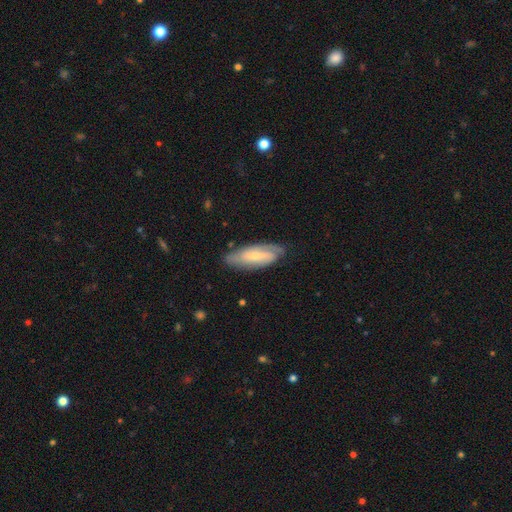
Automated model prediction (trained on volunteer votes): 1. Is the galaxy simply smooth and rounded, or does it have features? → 59% featured or disk, 35% smooth, 6% star or artifact.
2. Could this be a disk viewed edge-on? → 83% no, 17% yes.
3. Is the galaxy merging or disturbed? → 71% none, 21% minor disturbance, 6% major disturbance, 2% merger.